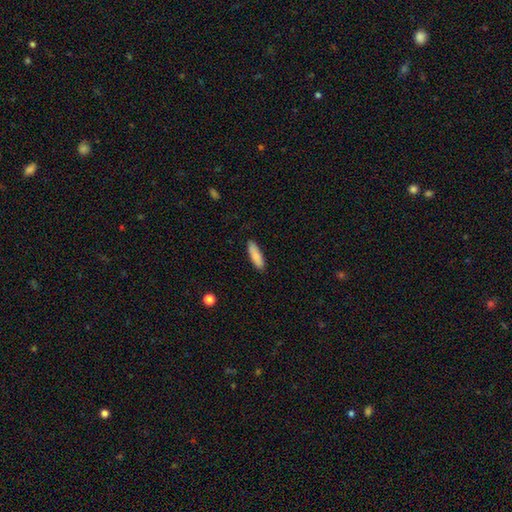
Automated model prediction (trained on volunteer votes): Smooth or featured: smooth — 85% (featured or disk — 9%)
How rounded: cigar-shaped — 62% (in between — 36%)
Merging: none — 88% (minor disturbance — 9%)